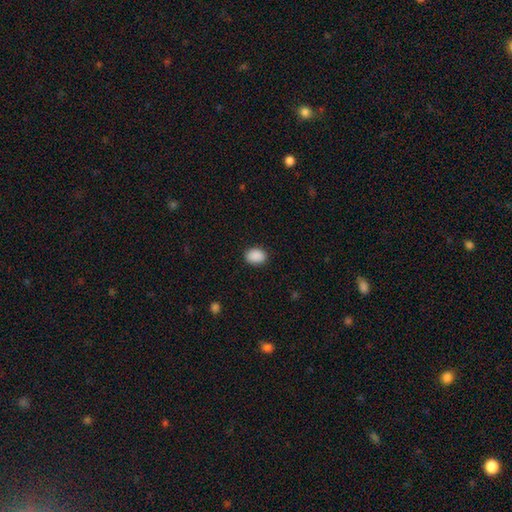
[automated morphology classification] smooth 90%, star or artifact 8%, featured or disk 2%. Down the decision tree: how rounded — in between (66%); merging — none (89%).